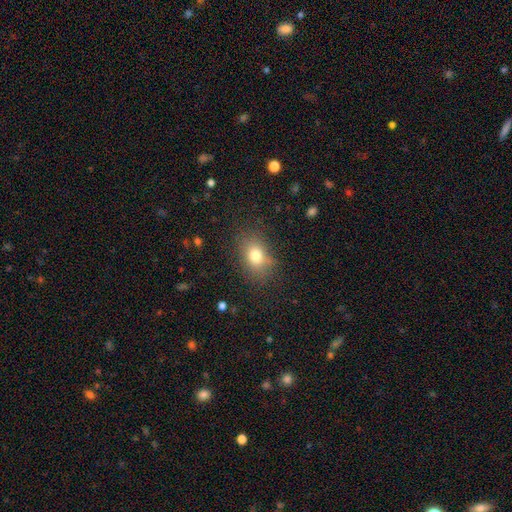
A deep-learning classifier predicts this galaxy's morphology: Smooth or featured? smooth (77%)
How rounded? in between (68%)
Merging? none (77%)